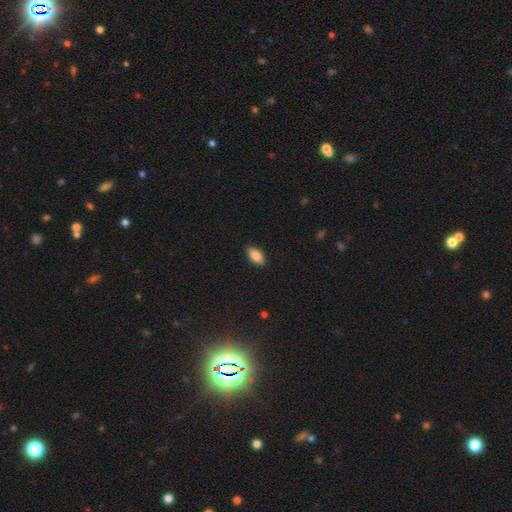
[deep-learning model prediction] Morphology: type=smooth (86%); roundness=in between (92%); merging=none (89%).